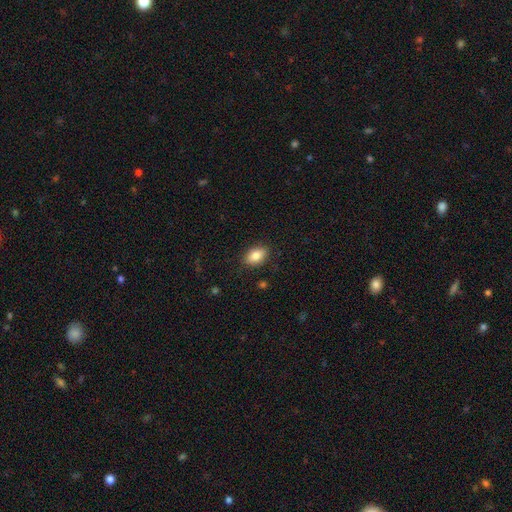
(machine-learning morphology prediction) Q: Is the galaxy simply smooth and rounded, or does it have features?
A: smooth — 83%.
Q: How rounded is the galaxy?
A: in between — 86%.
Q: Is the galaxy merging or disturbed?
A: none — 85%.